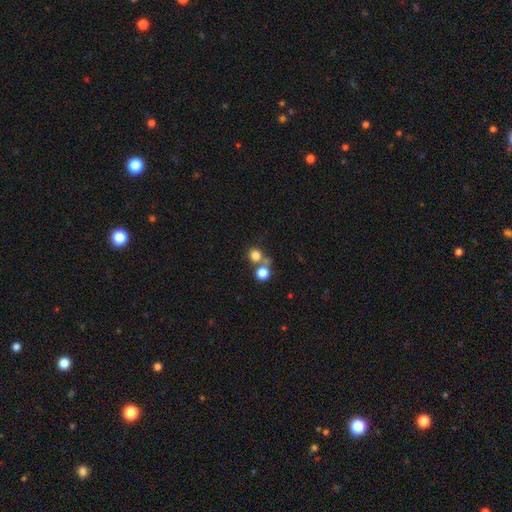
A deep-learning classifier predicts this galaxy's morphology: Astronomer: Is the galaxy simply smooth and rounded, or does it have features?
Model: smooth — 77%.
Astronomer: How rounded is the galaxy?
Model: round — 86%.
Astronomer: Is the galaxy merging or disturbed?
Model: none — 54% (runner-up: merger, 36%).